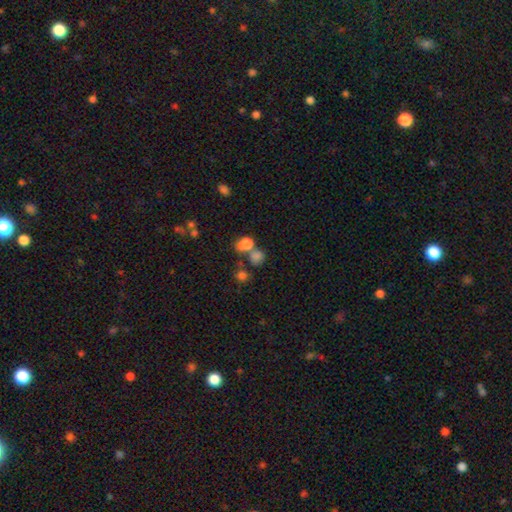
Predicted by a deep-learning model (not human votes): Smooth or featured? Predicted: smooth (p=0.75). How rounded? Predicted: round (p=0.65). Merging? Predicted: none (p=0.48).